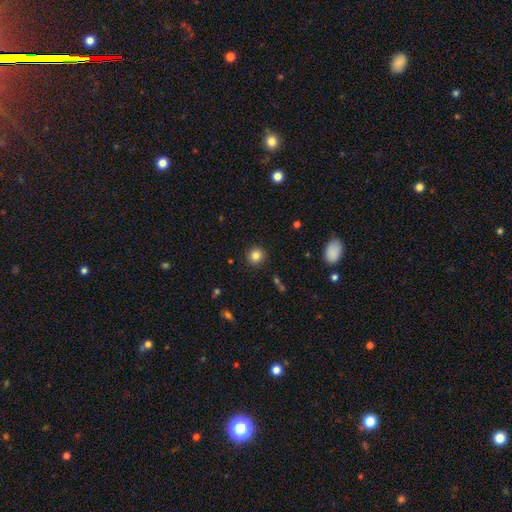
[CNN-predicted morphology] Smooth or featured? Predicted: smooth (p=0.83). How rounded? Predicted: round (p=0.93). Merging? Predicted: none (p=0.91).